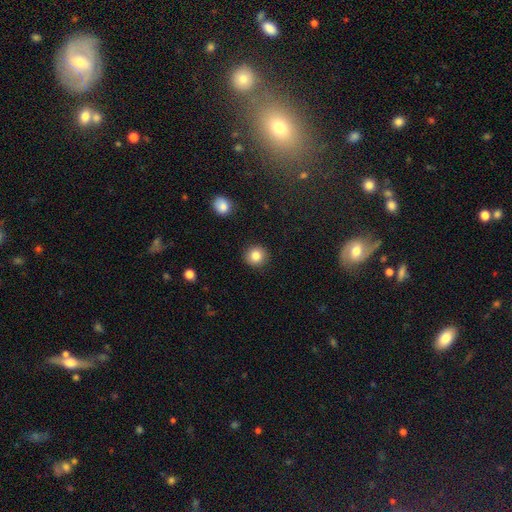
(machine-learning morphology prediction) A smooth galaxy with no disk features (84%) that is round (92%). Merging: none (91%).